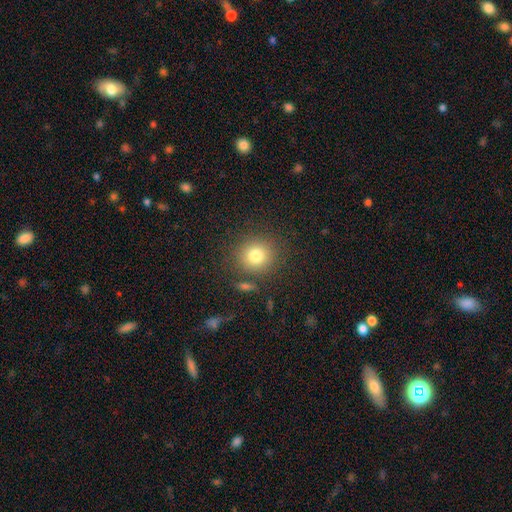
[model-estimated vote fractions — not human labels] The model was most divided on "smooth or featured": smooth: 79%, star or artifact: 12%, featured or disk: 9%. More confident: how rounded — round (90%); merging — none (83%).